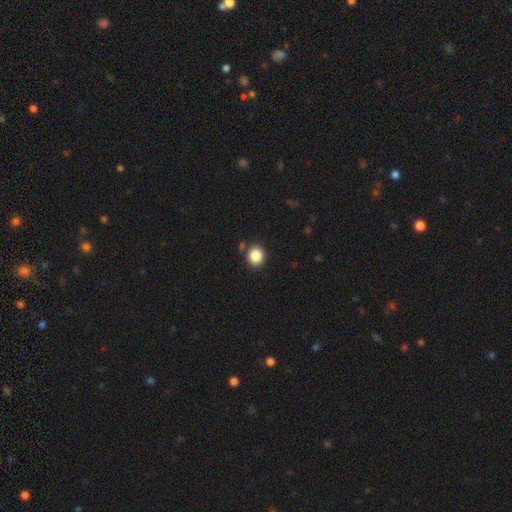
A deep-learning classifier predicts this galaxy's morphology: smooth 87%, star or artifact 10%, featured or disk 3%. Down the decision tree: how rounded — round (75%); merging — none (86%).